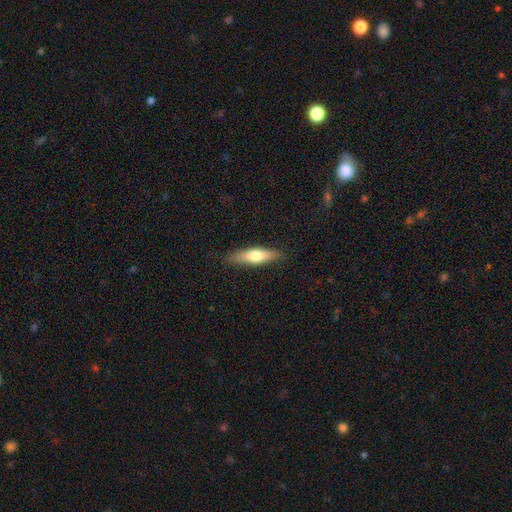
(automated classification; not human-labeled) This is likely a smooth galaxy (62%). How rounded: likely cigar-shaped (64%). Merging: clearly none (85%).